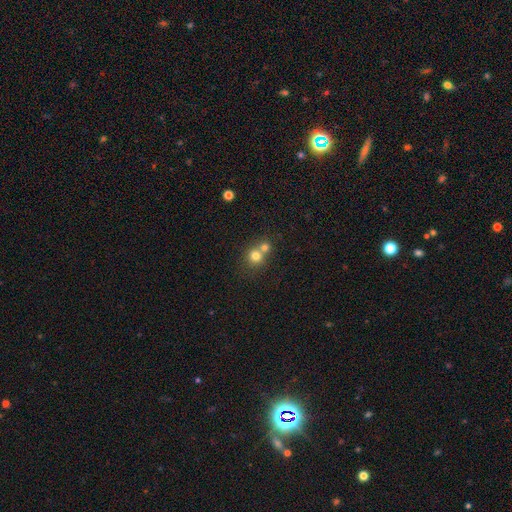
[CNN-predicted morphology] smooth_or_featured: smooth (p=0.76) [alt: star or artifact p=0.13]
how_rounded: round (p=0.87) [alt: in between p=0.13]
merging: merger (p=0.53) [alt: none p=0.40]